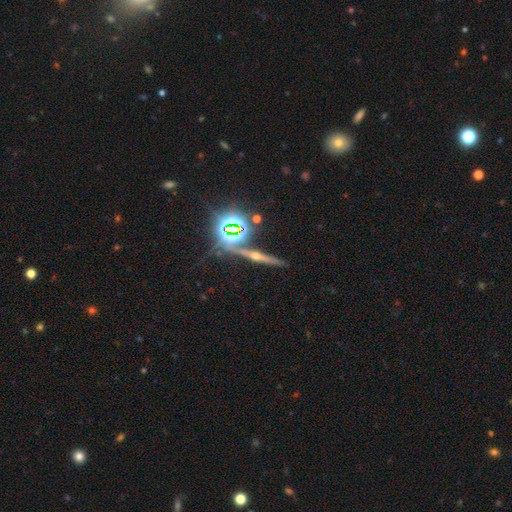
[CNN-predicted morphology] smooth_or_featured: featured or disk (p=0.53) [alt: star or artifact p=0.32]
disk_edge_on: yes (p=0.92) [alt: no p=0.08]
merging: none (p=0.80) [alt: minor disturbance p=0.09]